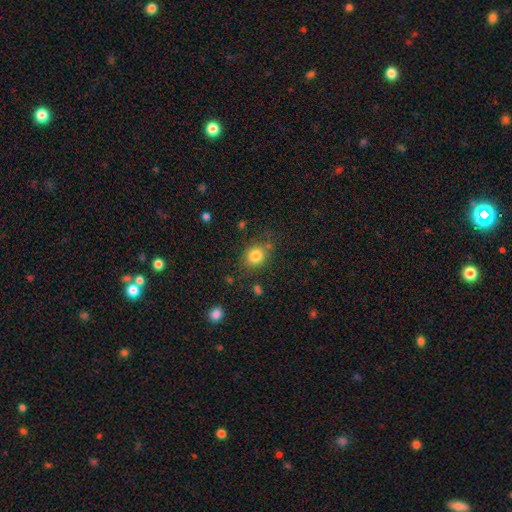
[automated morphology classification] Smooth or featured: smooth — 82% (star or artifact — 11%)
How rounded: round — 66% (in between — 33%)
Merging: none — 73% (minor disturbance — 16%)